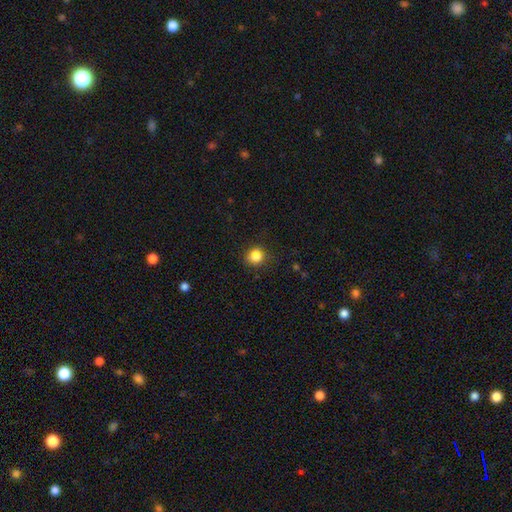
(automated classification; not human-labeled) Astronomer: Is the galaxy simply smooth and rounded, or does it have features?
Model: smooth — 84%.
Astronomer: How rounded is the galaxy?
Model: round — 90%.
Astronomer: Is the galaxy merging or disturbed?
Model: none — 87%.